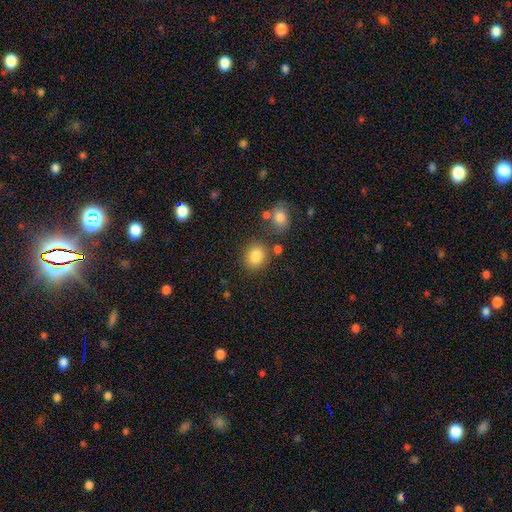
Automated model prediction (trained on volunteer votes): Smooth or featured: smooth — 84% (star or artifact — 10%)
How rounded: round — 74% (in between — 25%)
Merging: none — 77% (minor disturbance — 11%)